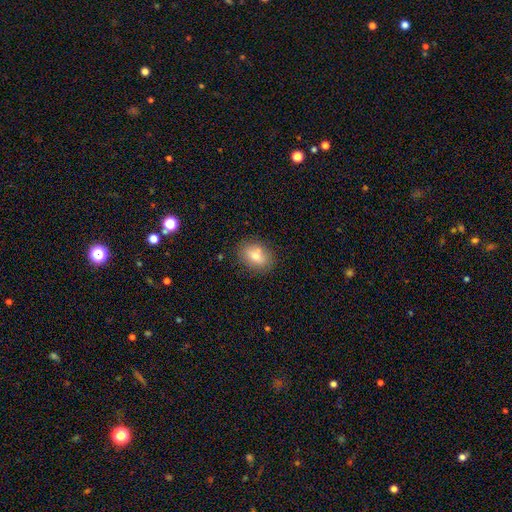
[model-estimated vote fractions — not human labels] A smooth galaxy with no disk features (71%) that is in between round and cigar-shaped (72%). Merging: none (79%).